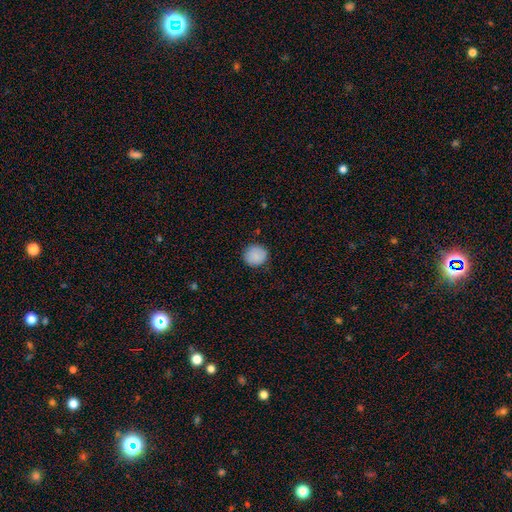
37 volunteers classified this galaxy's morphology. A smooth galaxy with no disk features (95%) that is round (94%).

Vote fractions:
- Smooth or featured? smooth: 95% / star or artifact: 5% / featured or disk: 0%
- How rounded? round: 94% / in between: 6% / cigar-shaped: 0%
- Merging? none: 94% / minor disturbance: 3% / major disturbance: 3% / merger: 0%